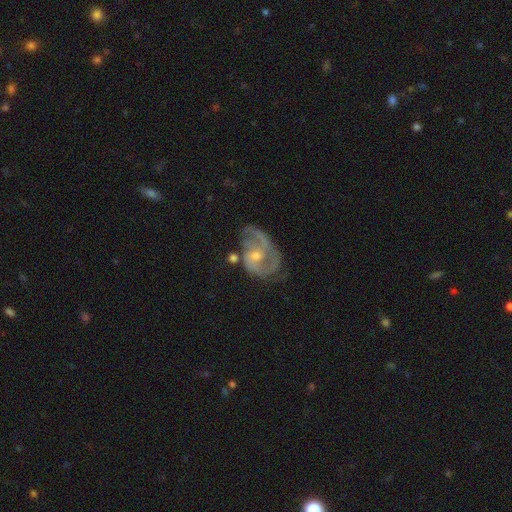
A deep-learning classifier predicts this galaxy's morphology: Q: Smooth or featured?
A: featured or disk (82%); runner-up: smooth (12%)
Q: Edge-on disk?
A: no (97%); runner-up: yes (3%)
Q: Bar?
A: no (65%); runner-up: weak (30%)
Q: Spiral arms?
A: yes (89%); runner-up: no (11%)
Q: Spiral winding?
A: medium (47%); runner-up: tight (33%)
Q: Spiral arm count?
A: 2 (55%); runner-up: can't tell (17%)
Q: Bulge size?
A: small (54%); runner-up: moderate (41%)
Q: Merging?
A: none (43%); runner-up: minor disturbance (25%)